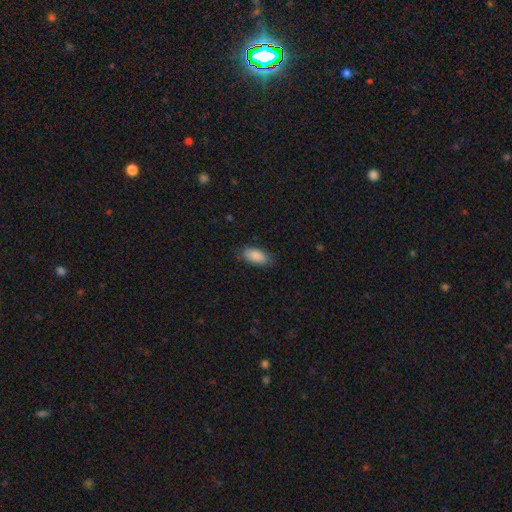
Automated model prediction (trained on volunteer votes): Q: Smooth or featured?
A: smooth (89%); runner-up: star or artifact (6%)
Q: How rounded?
A: in between (91%); runner-up: cigar-shaped (7%)
Q: Merging?
A: none (81%); runner-up: minor disturbance (15%)